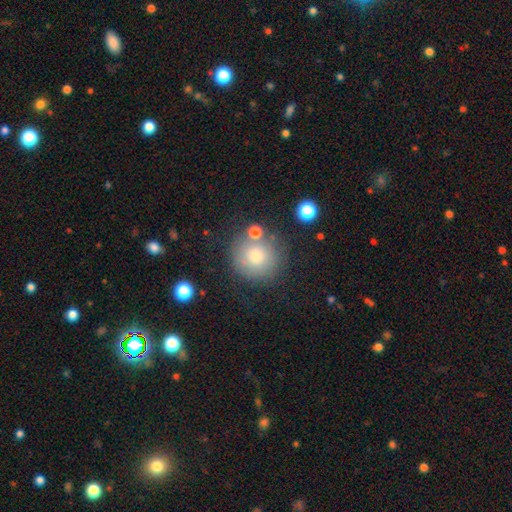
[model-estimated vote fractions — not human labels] Q: Smooth or featured?
A: smooth (75%); runner-up: featured or disk (14%)
Q: How rounded?
A: round (92%); runner-up: in between (7%)
Q: Merging?
A: none (74%); runner-up: minor disturbance (14%)